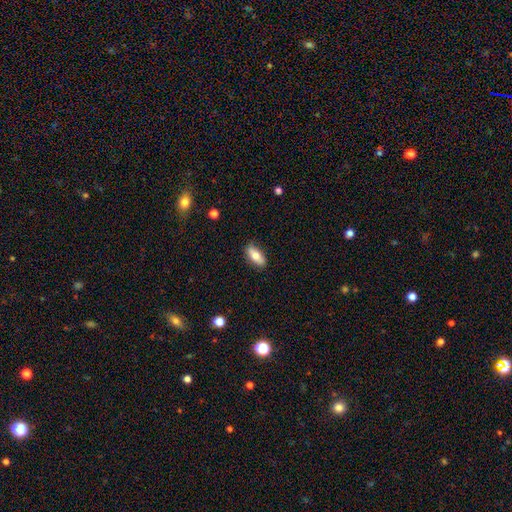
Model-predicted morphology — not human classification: smooth 72%, featured or disk 21%, star or artifact 7%. Down the decision tree: how rounded — in between (81%); merging — none (85%).